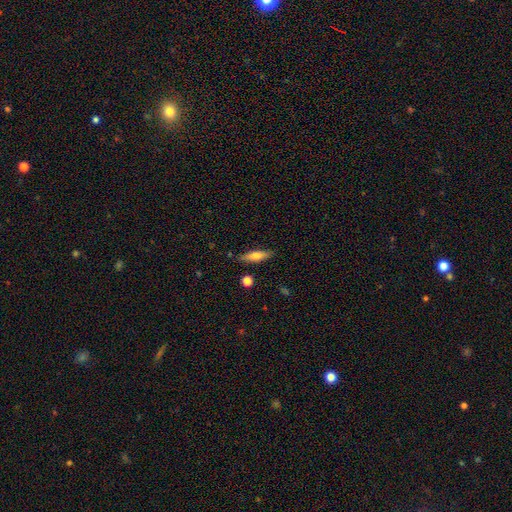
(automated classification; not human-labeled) Smooth or featured? smooth (62%)
How rounded? cigar-shaped (66%)
Merging? none (83%)